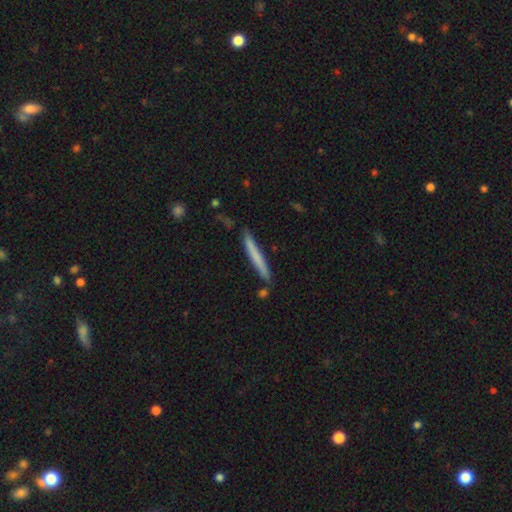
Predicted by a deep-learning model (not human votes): Smooth or featured? Predicted: smooth (p=0.68). How rounded? Predicted: cigar-shaped (p=0.97). Merging? Predicted: none (p=0.84).